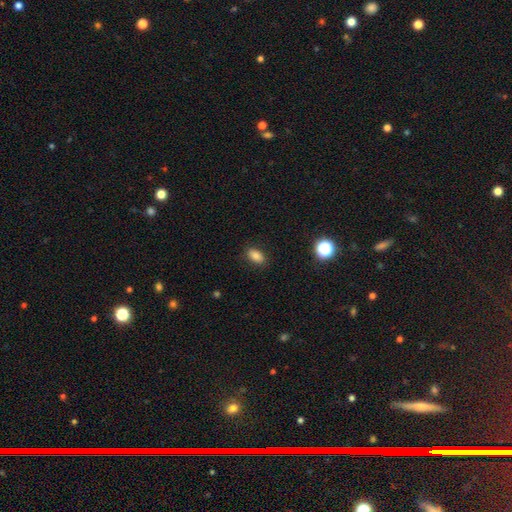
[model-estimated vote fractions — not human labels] A smooth galaxy with no disk features (83%) that is in between round and cigar-shaped (88%). Merging: none (87%).